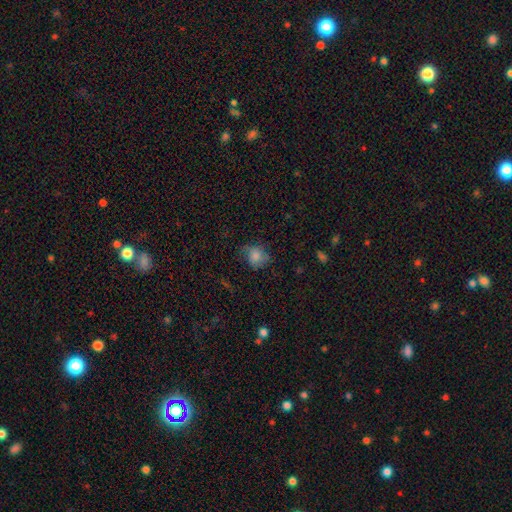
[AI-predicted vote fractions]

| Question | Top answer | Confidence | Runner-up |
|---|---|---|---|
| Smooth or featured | smooth | 77% | featured or disk (12%) |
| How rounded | round | 75% | in between (24%) |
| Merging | none | 59% | minor disturbance (26%) |